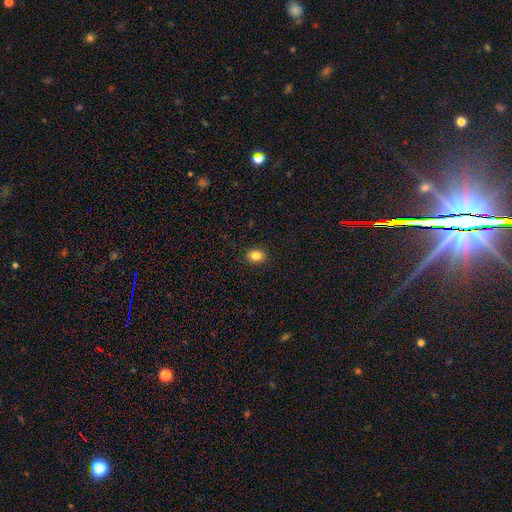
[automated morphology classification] Q: Smooth or featured?
A: smooth (83%); runner-up: star or artifact (10%)
Q: How rounded?
A: in between (57%); runner-up: round (42%)
Q: Merging?
A: none (91%); runner-up: minor disturbance (7%)